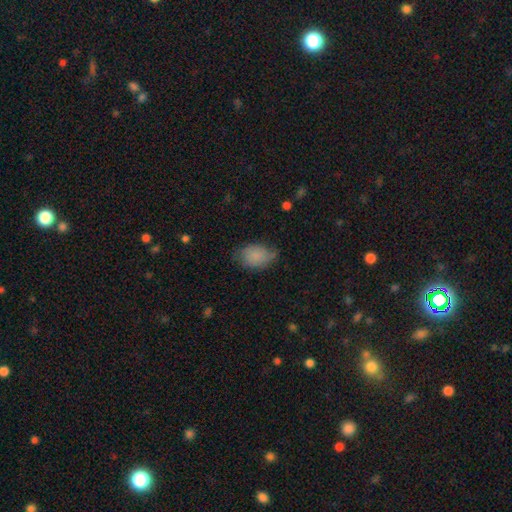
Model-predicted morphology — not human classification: This appears to be a smooth galaxy with no disk features (81%) that is in between round and cigar-shaped (84%). Merging: none (56%).